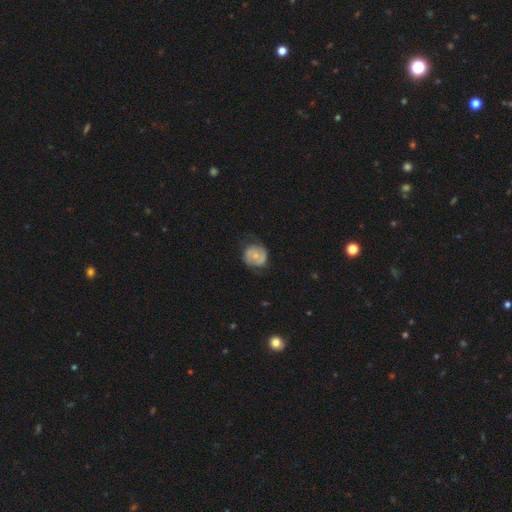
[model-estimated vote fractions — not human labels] Smooth or featured? featured or disk (57%)
Edge-on disk? no (98%)
Bar? no (70%)
Spiral arms? yes (81%)
Bulge size? small (55%)
Merging? none (66%)